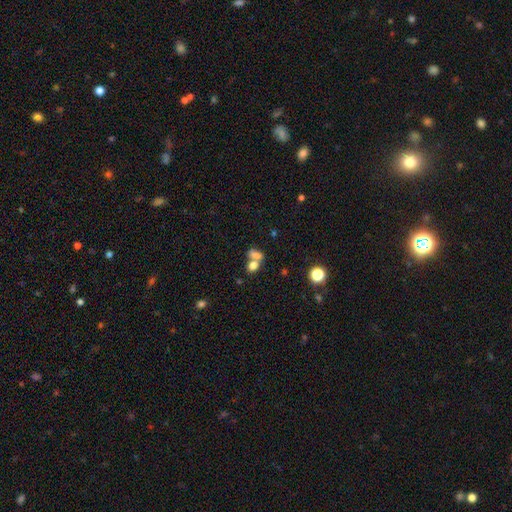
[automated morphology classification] Smooth or featured? Predicted: smooth (p=0.74). How rounded? Predicted: in between (p=0.72). Merging? Predicted: merger (p=0.58).